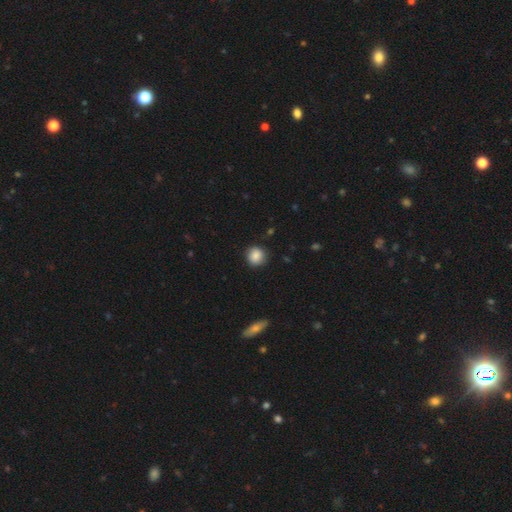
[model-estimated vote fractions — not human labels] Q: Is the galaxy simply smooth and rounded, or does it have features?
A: smooth — 87%.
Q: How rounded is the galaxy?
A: round — 90%.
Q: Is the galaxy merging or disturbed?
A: none — 88%.